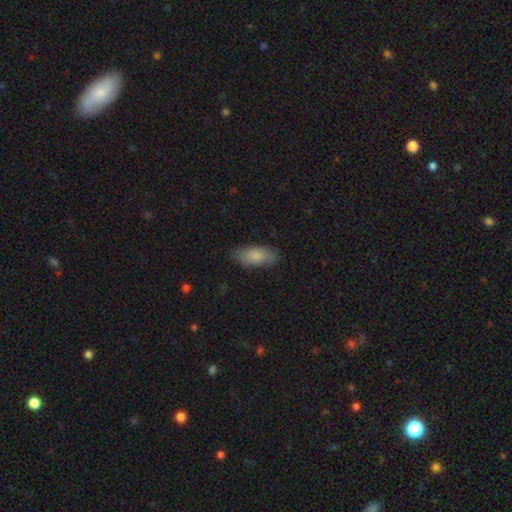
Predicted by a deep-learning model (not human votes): This appears to be a smooth galaxy with no disk features (81%) that is in between round and cigar-shaped (89%). Merging: none (79%).